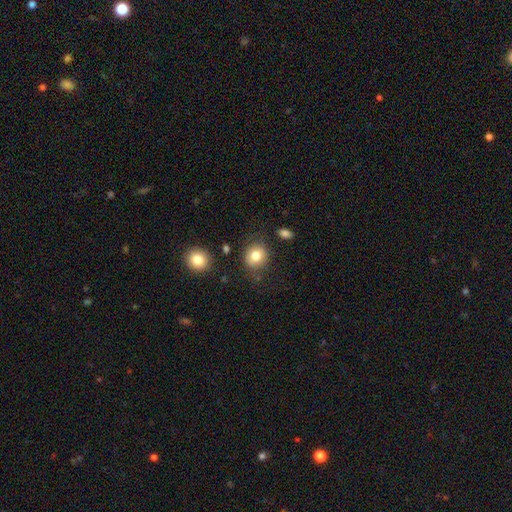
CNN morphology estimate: Smooth or featured: smooth — 80% (star or artifact — 10%)
How rounded: round — 79% (in between — 20%)
Merging: none — 79% (minor disturbance — 13%)